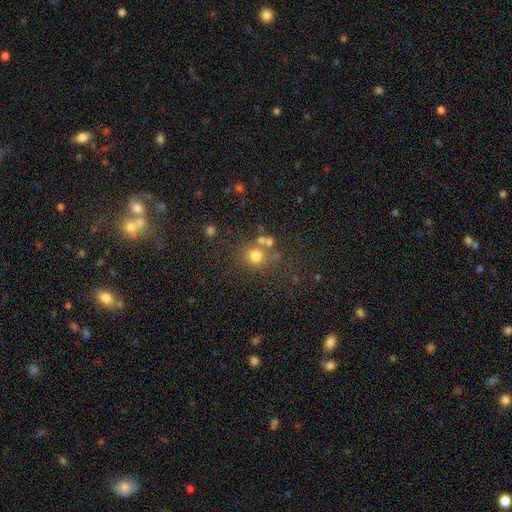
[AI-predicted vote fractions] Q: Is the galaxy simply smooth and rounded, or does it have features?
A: smooth — 71%.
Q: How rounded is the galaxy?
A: round — 86%.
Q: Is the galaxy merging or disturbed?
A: none — 62%.